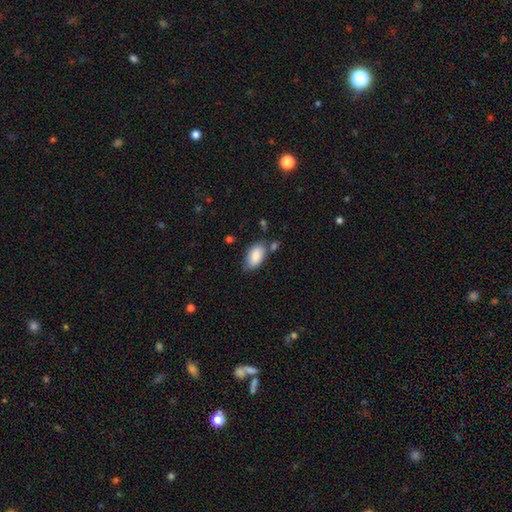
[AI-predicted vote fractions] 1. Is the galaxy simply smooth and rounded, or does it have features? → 86% smooth, 8% featured or disk, 7% star or artifact.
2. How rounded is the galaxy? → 94% in between, 4% round, 3% cigar-shaped.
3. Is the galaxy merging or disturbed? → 65% none, 22% minor disturbance, 9% merger, 5% major disturbance.